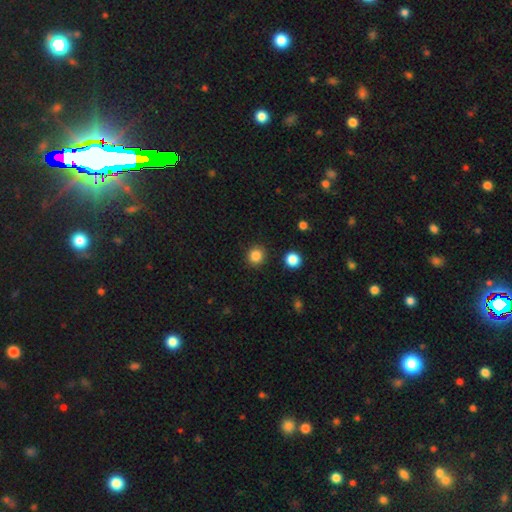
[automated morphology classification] A smooth galaxy with no disk features (86%) that is round (90%). Merging: none (91%).